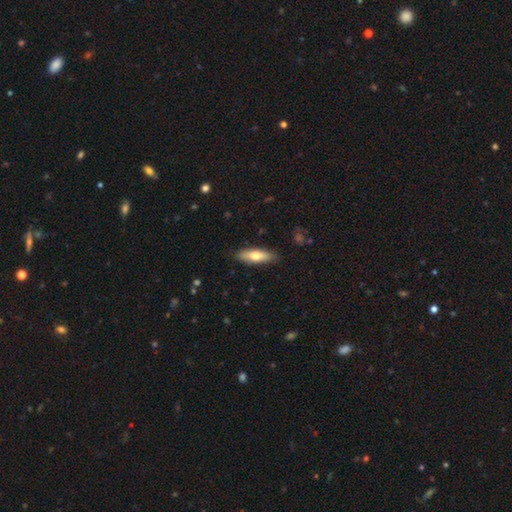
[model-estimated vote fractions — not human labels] smooth_or_featured: smooth (p=0.65) [alt: featured or disk p=0.29]
how_rounded: cigar-shaped (p=0.52) [alt: in between p=0.46]
merging: none (p=0.86) [alt: minor disturbance p=0.10]